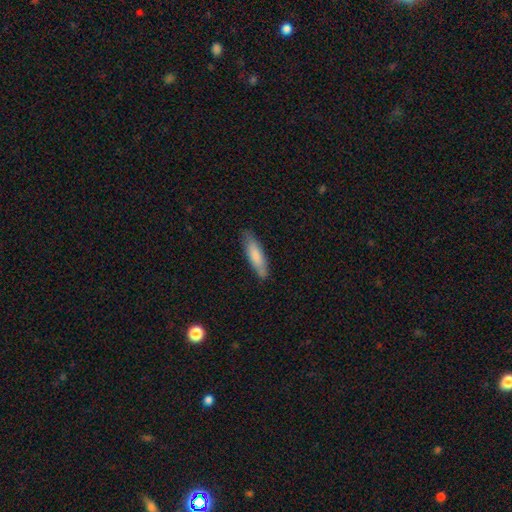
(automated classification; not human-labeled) A smooth galaxy with no disk features (80%) that is cigar-shaped (70%).

Vote fractions:
- Smooth or featured? smooth: 80% / featured or disk: 15% / star or artifact: 5%
- How rounded? cigar-shaped: 70% / in between: 29% / round: 1%
- Merging? none: 82% / minor disturbance: 14% / major disturbance: 2% / merger: 1%